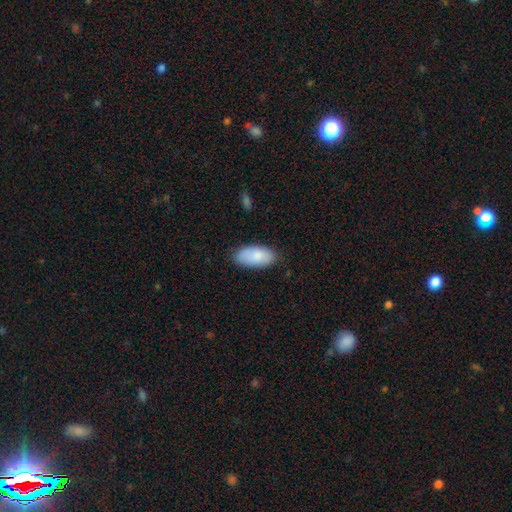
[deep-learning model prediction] This appears to be a smooth galaxy with no disk features (86%) that is in between round and cigar-shaped (94%). Merging: none (81%).